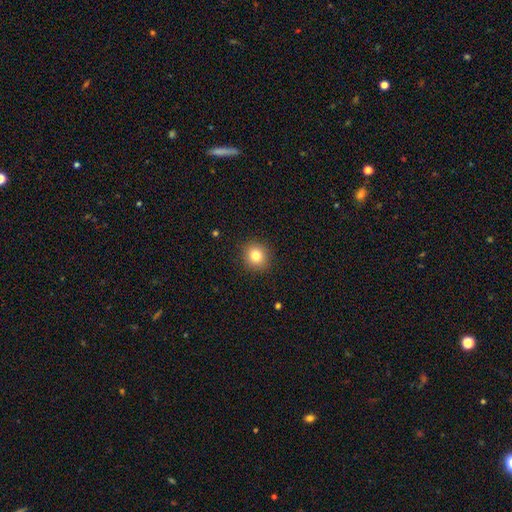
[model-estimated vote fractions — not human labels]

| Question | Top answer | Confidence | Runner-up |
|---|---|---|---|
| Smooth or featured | smooth | 82% | star or artifact (11%) |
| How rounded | round | 89% | in between (10%) |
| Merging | none | 91% | minor disturbance (6%) |